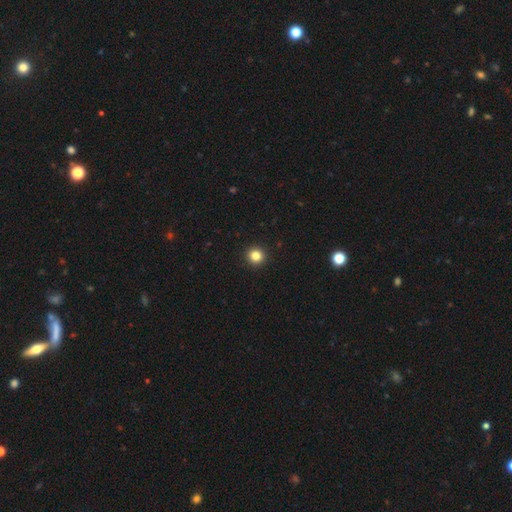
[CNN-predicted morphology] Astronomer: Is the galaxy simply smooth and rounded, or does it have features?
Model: smooth — 84%.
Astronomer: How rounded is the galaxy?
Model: round — 95%.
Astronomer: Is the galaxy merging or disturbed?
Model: none — 94%.